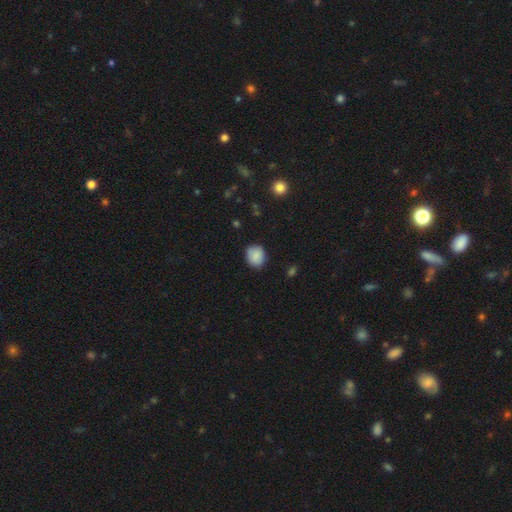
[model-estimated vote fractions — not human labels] Morphology: type=smooth (84%); roundness=round (68%); merging=none (81%).